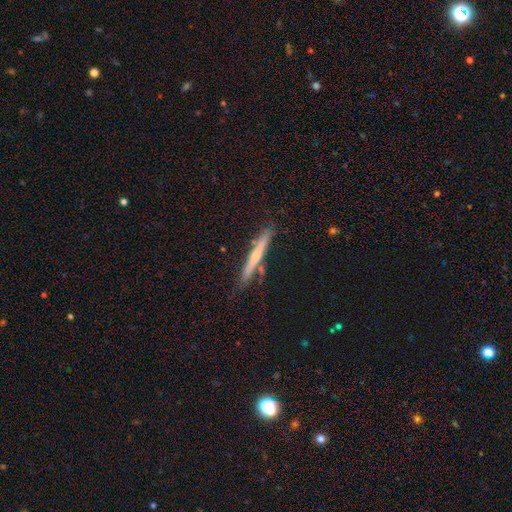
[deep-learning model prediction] Morphology: type=featured or disk (48%); merging=none (80%).